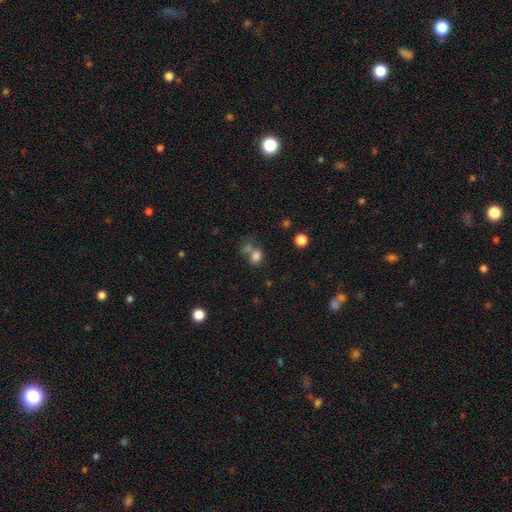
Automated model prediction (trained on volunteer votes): Morphology: type=smooth (78%); roundness=in between (71%); merging=none (40%).